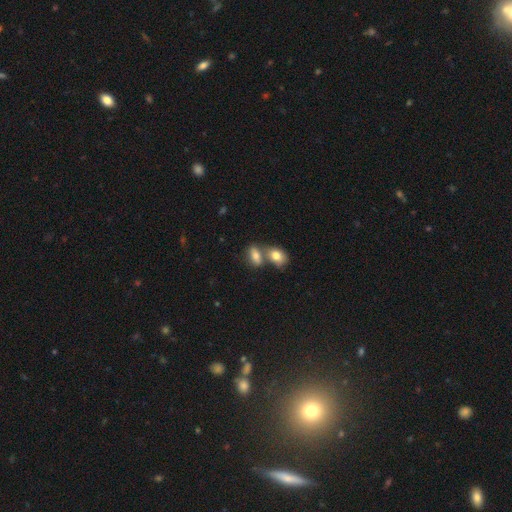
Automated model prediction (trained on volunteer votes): Morphology: type=smooth (76%); roundness=in between (83%); merging=merger (50%).